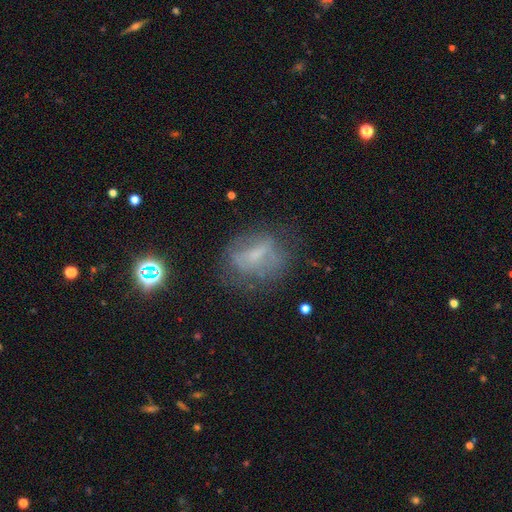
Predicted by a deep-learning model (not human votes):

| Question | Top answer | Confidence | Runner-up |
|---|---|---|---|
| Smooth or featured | featured or disk | 45% | smooth (40%) |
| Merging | none | 59% | minor disturbance (22%) |